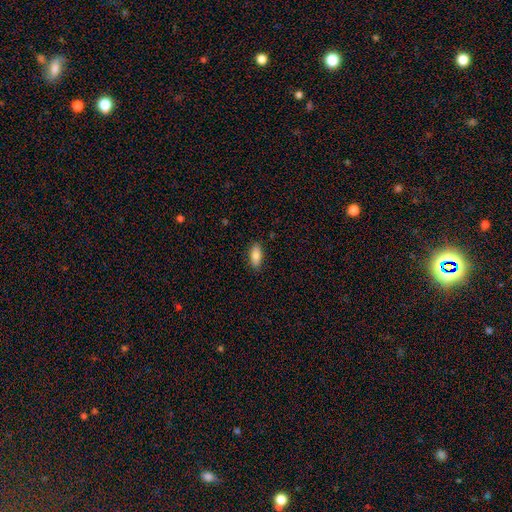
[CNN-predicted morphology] Q: Smooth or featured?
A: smooth (84%); runner-up: featured or disk (9%)
Q: How rounded?
A: in between (87%); runner-up: cigar-shaped (11%)
Q: Merging?
A: none (85%); runner-up: minor disturbance (11%)